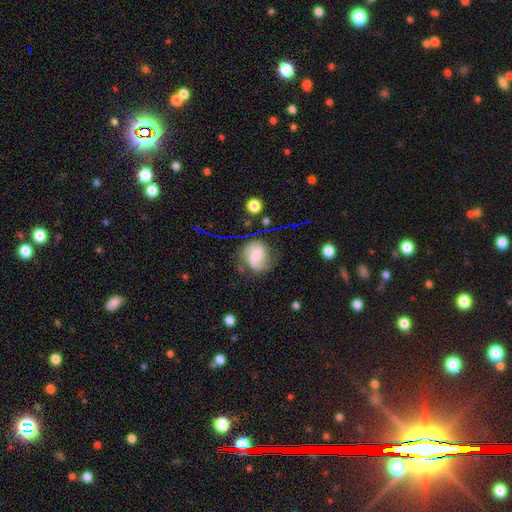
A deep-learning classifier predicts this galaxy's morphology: featured or disk 73%, smooth 19%, star or artifact 8%. Down the decision tree: edge-on disk — no (98%); bar — weak (47%); spiral arms — yes (93%); spiral arm count — 2 (84%); spiral winding — medium (46%); bulge size — small (47%); merging — none (66%).